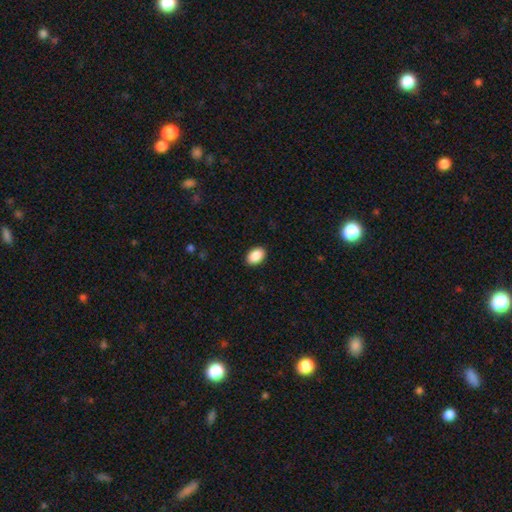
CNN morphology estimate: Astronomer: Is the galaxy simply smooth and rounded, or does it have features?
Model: smooth — 90%.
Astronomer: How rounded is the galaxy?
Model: in between — 88%.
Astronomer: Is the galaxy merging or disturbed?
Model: none — 90%.